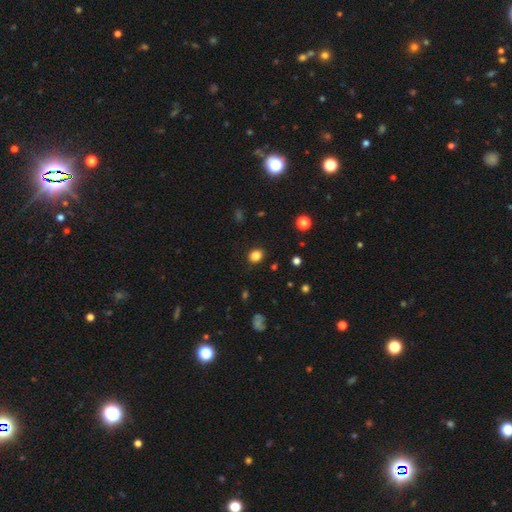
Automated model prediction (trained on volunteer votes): Overall: smooth (84%). How rounded: round (61%; in between 38%). Merging: none (89%).